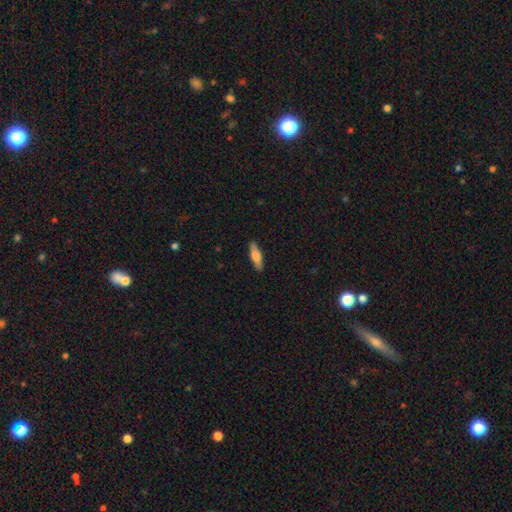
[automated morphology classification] smooth 63%, featured or disk 31%, star or artifact 6%. Down the decision tree: how rounded — cigar-shaped (65%); merging — none (89%).